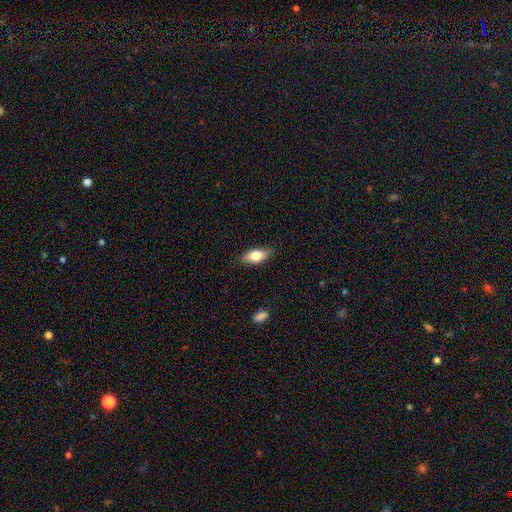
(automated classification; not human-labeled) smooth-or-featured: smooth: 76% | featured or disk: 18% | star or artifact: 7%
  how-rounded: in between: 82% | cigar-shaped: 15% | round: 3%
  merging: none: 85% | minor disturbance: 12% | major disturbance: 2% | merger: 1%